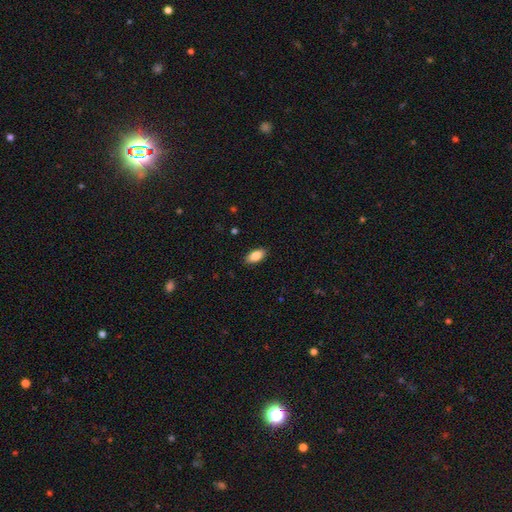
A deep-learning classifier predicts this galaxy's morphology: This appears to be a smooth galaxy with no disk features (86%) that is in between round and cigar-shaped (92%). Merging: none (89%).